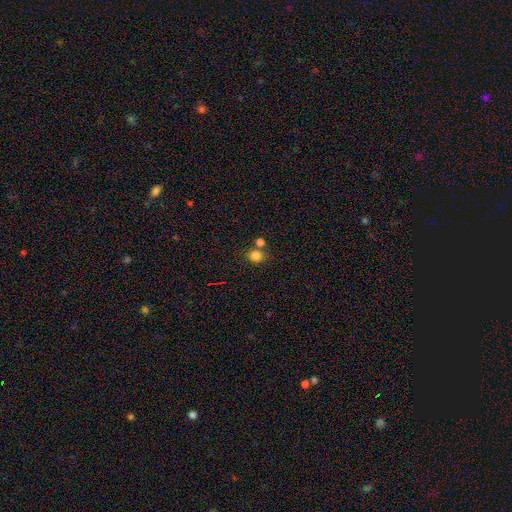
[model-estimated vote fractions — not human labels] This is clearly a smooth galaxy (80%). How rounded: likely round (73%). Merging: likely none (63%).